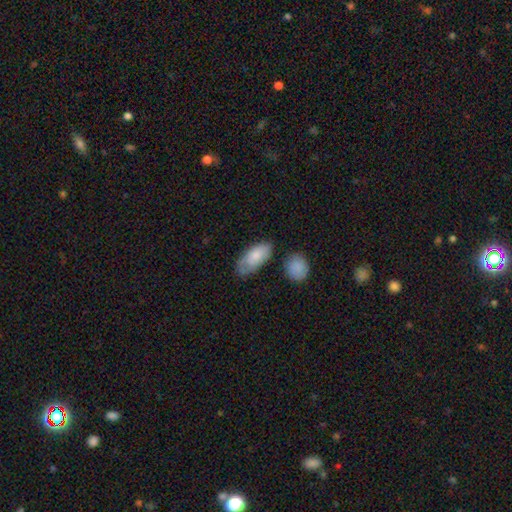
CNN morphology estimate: smooth_or_featured: smooth (p=0.79) [alt: featured or disk p=0.16]
how_rounded: in between (p=0.90) [alt: cigar-shaped p=0.08]
merging: none (p=0.61) [alt: minor disturbance p=0.26]